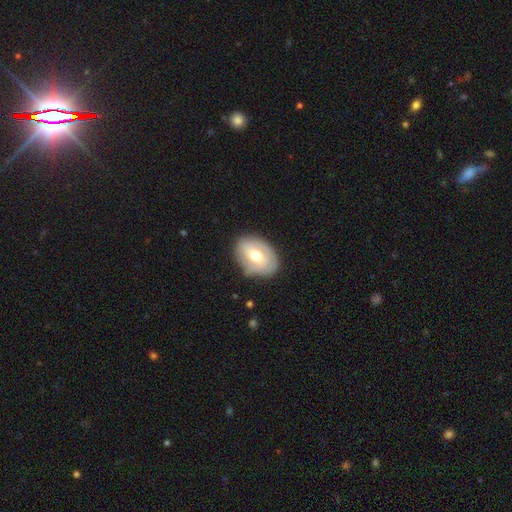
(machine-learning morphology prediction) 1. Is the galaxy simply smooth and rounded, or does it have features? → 51% smooth, 42% featured or disk, 7% star or artifact.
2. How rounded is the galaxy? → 72% in between, 27% round, 1% cigar-shaped.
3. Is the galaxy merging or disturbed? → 76% none, 18% minor disturbance, 5% major disturbance, 1% merger.